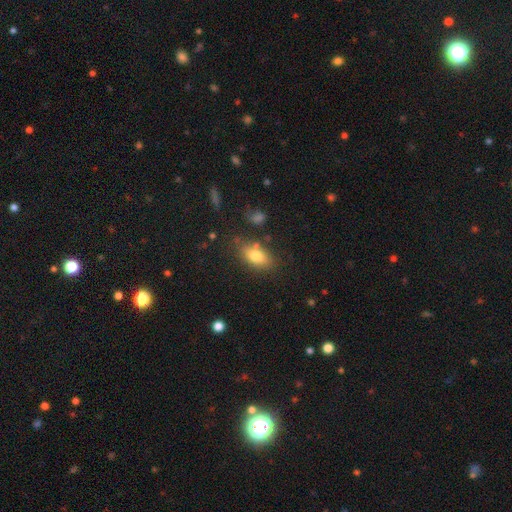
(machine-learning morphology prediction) Overall: smooth (79%). How rounded: in between (87%). Merging: none (72%).